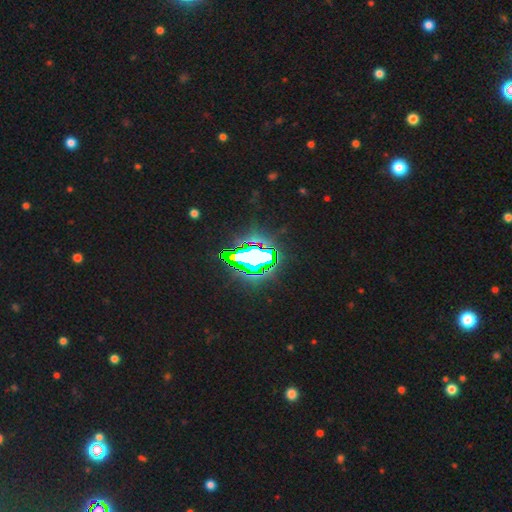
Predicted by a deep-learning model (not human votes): The model was most divided on "smooth or featured": star or artifact: 70%, smooth: 15%, featured or disk: 15%.